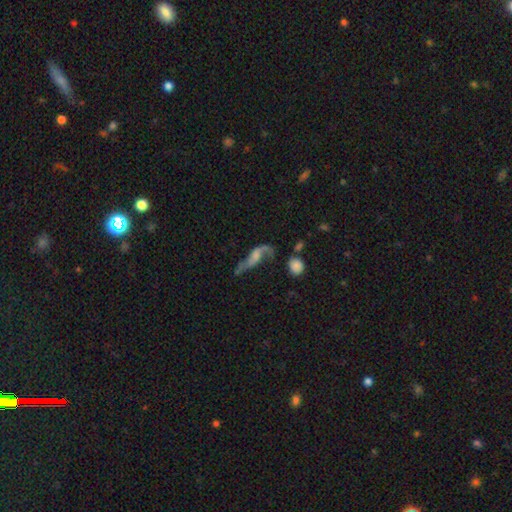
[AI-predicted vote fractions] featured or disk 67%, smooth 23%, star or artifact 10%. Down the decision tree: edge-on disk — no (84%); bar — no (52%); spiral arms — yes (82%); bulge size — none (39%); merging — none (39%).